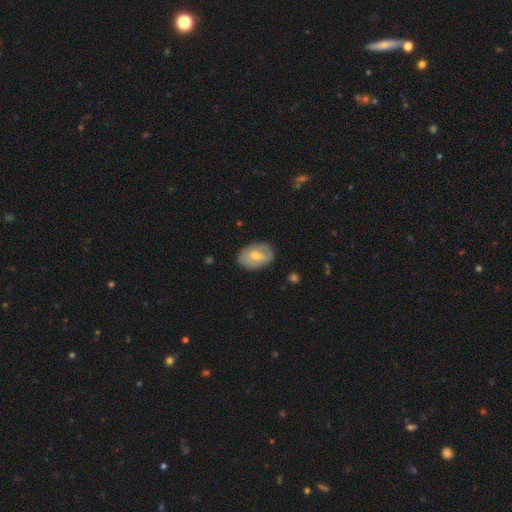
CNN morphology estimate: The model was most divided on "smooth or featured": smooth: 53%, featured or disk: 39%, star or artifact: 7%. More confident: merging — none (81%); how rounded — in between (81%).